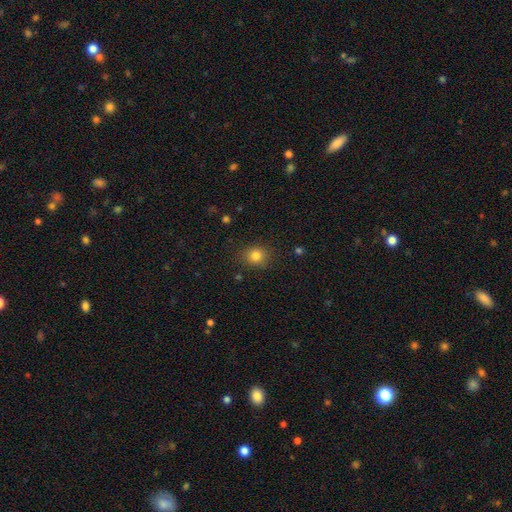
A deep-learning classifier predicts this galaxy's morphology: Overall: smooth (82%). How rounded: round (79%). Merging: none (85%).